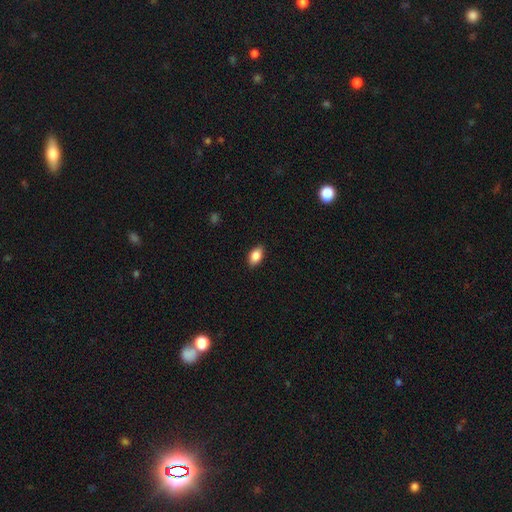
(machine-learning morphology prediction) smooth-or-featured: smooth: 87% | star or artifact: 7% | featured or disk: 6%
  how-rounded: in between: 91% | round: 6% | cigar-shaped: 3%
  merging: none: 88% | minor disturbance: 9% | major disturbance: 2% | merger: 1%